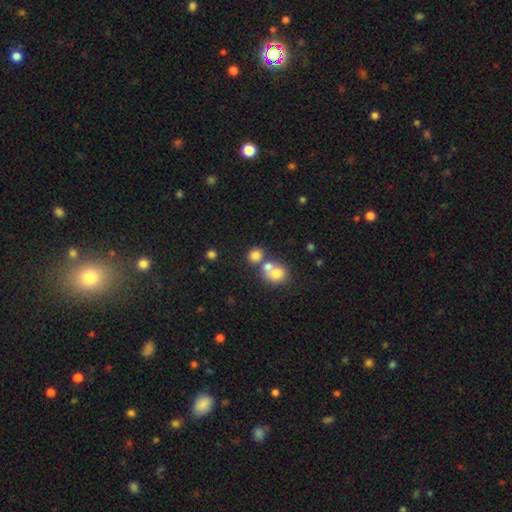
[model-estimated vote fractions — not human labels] Q: Smooth or featured?
A: smooth (77%); runner-up: star or artifact (12%)
Q: How rounded?
A: round (74%); runner-up: in between (25%)
Q: Merging?
A: none (45%); runner-up: merger (43%)